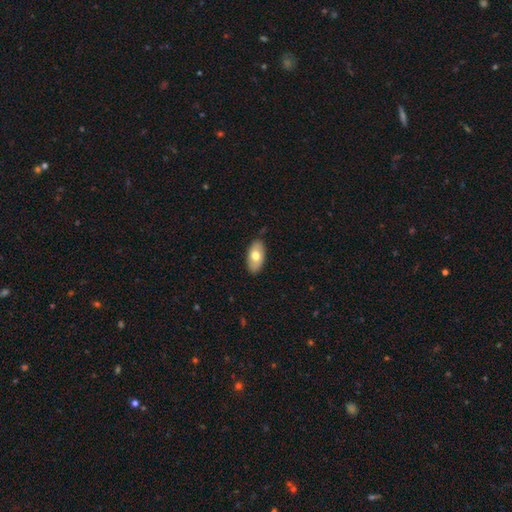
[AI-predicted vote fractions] Smooth or featured? Predicted: smooth (p=0.67). How rounded? Predicted: in between (p=0.94). Merging? Predicted: none (p=0.85).